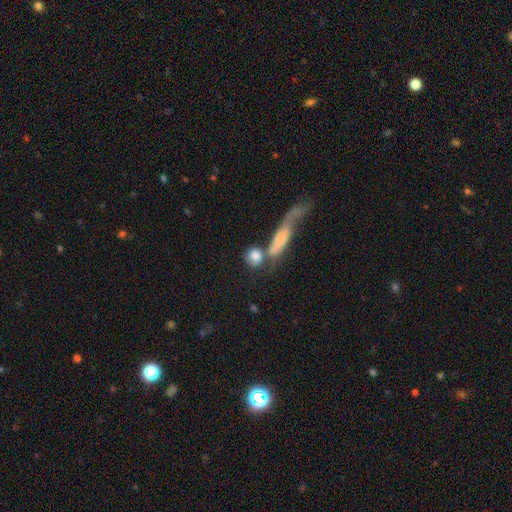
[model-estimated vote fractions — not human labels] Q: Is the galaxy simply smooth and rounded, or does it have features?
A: smooth — 79%.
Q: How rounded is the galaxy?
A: round — 68%.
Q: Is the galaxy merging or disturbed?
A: none — 46%.